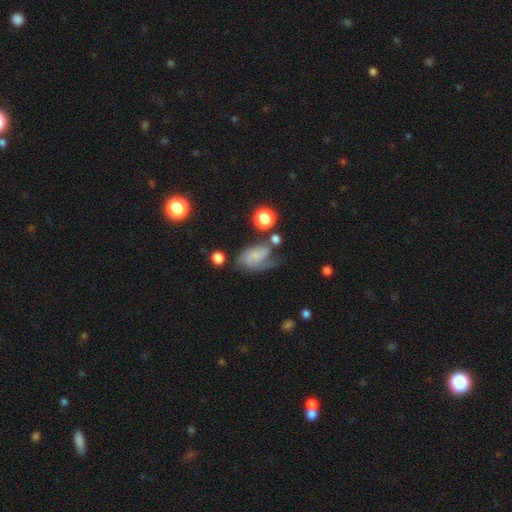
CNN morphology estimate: Overall: smooth (47%; featured or disk 42%). Merging: major disturbance (32%; none 31%).